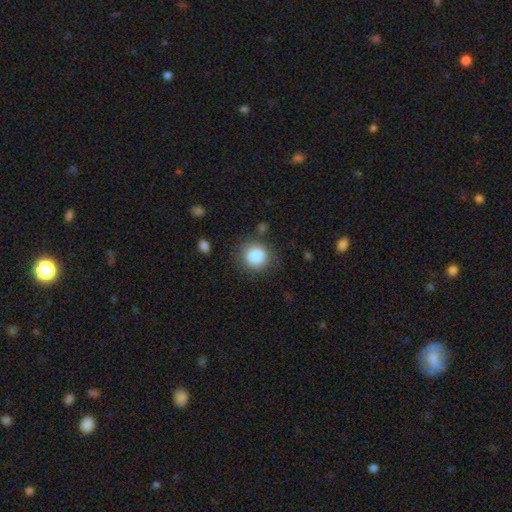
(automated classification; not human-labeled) Q: Smooth or featured?
A: smooth (86%); runner-up: star or artifact (9%)
Q: How rounded?
A: round (87%); runner-up: in between (12%)
Q: Merging?
A: none (81%); runner-up: minor disturbance (12%)